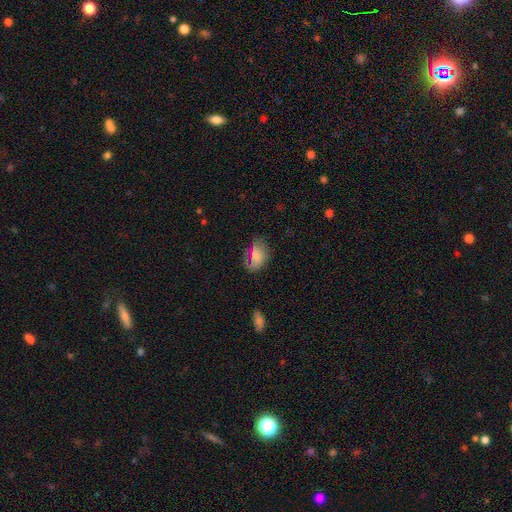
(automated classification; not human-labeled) A smooth galaxy with no disk features (69%) that is in between round and cigar-shaped (84%). Merging: none (53%).